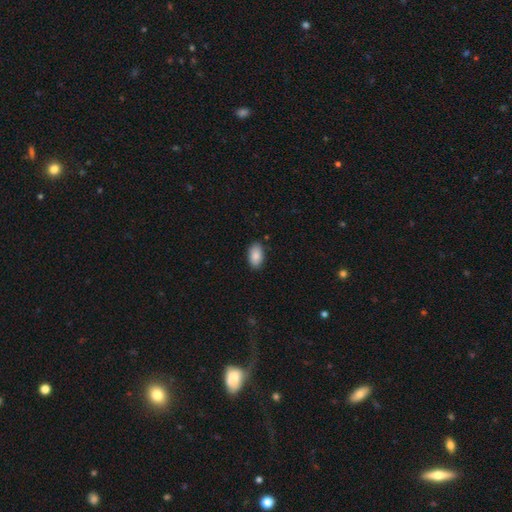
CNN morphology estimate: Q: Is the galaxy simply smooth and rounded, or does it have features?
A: smooth — 88%.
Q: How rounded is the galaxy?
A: in between — 93%.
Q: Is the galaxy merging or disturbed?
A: none — 86%.